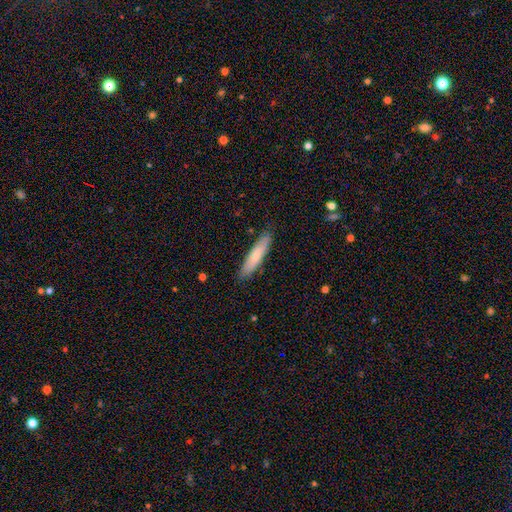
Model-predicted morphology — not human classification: Smooth or featured? Predicted: smooth (p=0.75). How rounded? Predicted: cigar-shaped (p=0.82). Merging? Predicted: none (p=0.87).